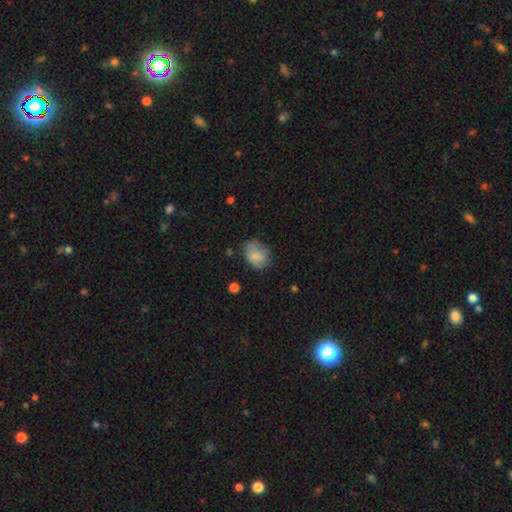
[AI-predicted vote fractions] This is likely a smooth galaxy (78%). How rounded: possibly in between (56%). Merging: possibly none (50%).